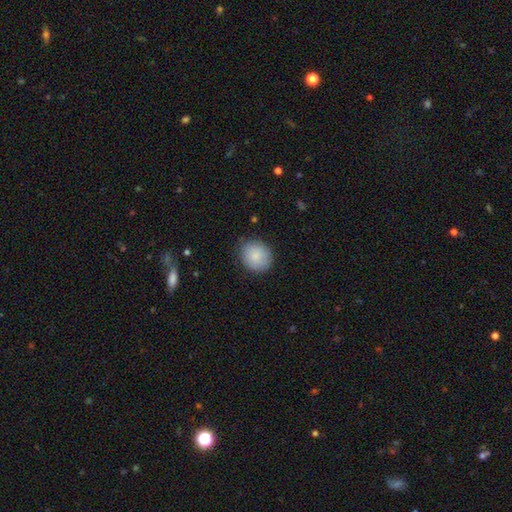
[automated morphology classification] Smooth or featured?
  - smooth: 86% *
  - star or artifact: 7%
  - featured or disk: 7%
How rounded?
  - round: 77% *
  - in between: 22%
  - cigar-shaped: 1%
Merging?
  - none: 84% *
  - minor disturbance: 12%
  - major disturbance: 3%
  - merger: 1%